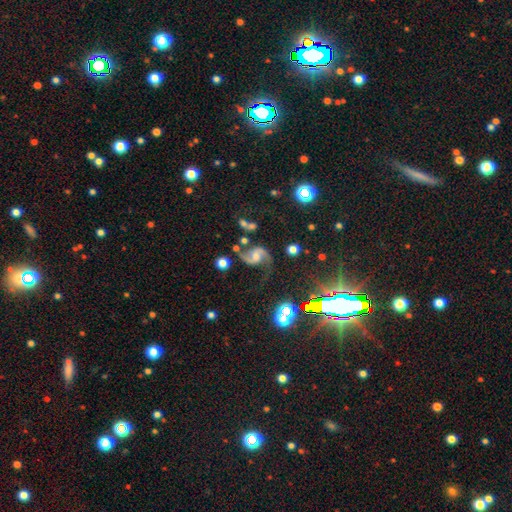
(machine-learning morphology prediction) A featured or disk galaxy (85%) with no bar (46%), 2 (91%) loose (61%) spiral arms (96%) and a moderate central bulge (50%).

Vote fractions:
- Smooth or featured? featured or disk: 85% / star or artifact: 9% / smooth: 7%
- Edge-on disk? no: 98% / yes: 2%
- Bar? no: 46% / weak: 41% / strong: 13%
- Spiral arms? yes: 96% / no: 4%
- Spiral winding? loose: 61% / medium: 33% / tight: 6%
- Spiral arm count? 2: 91% / 1: 4% / can't tell: 2% / 3: 1% / 4: 1% / more than 4: 1%
- Bulge size? moderate: 50% / small: 32% / none: 9% / large: 8% / dominant: 2%
- Merging? none: 59% / minor disturbance: 18% / major disturbance: 15% / merger: 7%